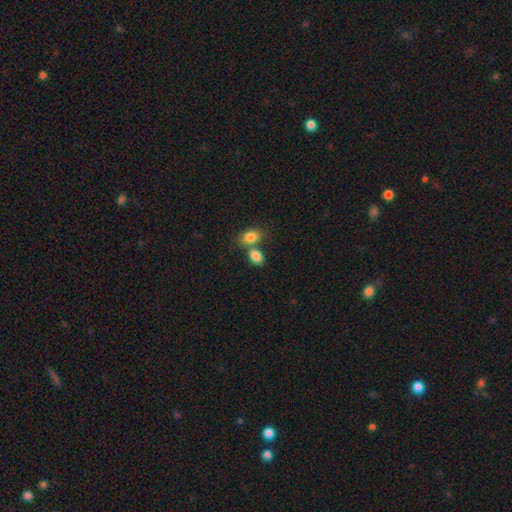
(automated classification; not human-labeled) Smooth or featured: smooth — 84% (star or artifact — 9%)
How rounded: in between — 74% (round — 25%)
Merging: merger — 45% (none — 42%)